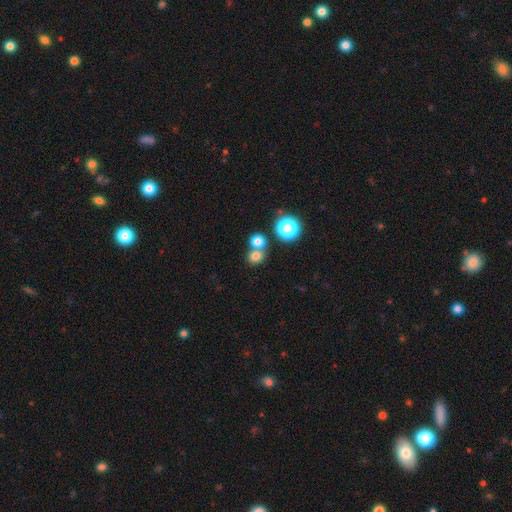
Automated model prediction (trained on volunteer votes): Overall: smooth (75%). How rounded: round (76%). Merging: none (52%; merger 38%).